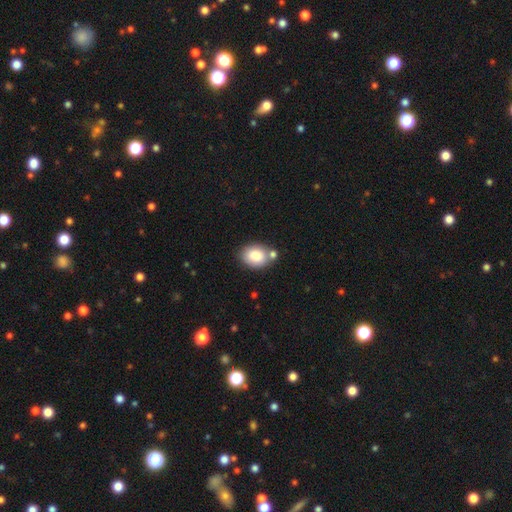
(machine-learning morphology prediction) type=smooth (83%); roundness=in between (62%); merging=none (64%).